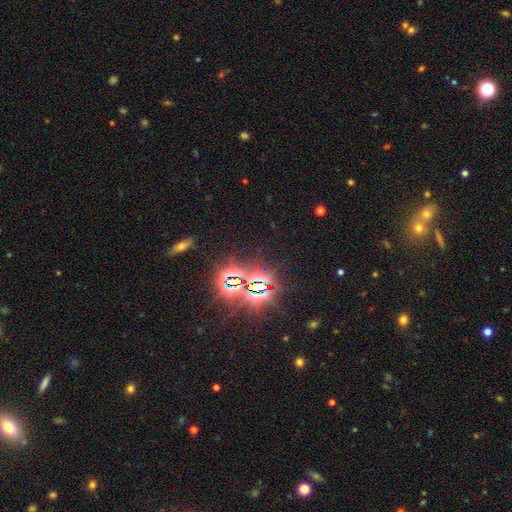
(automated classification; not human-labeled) smooth_or_featured: star or artifact (p=0.65) [alt: smooth p=0.23]